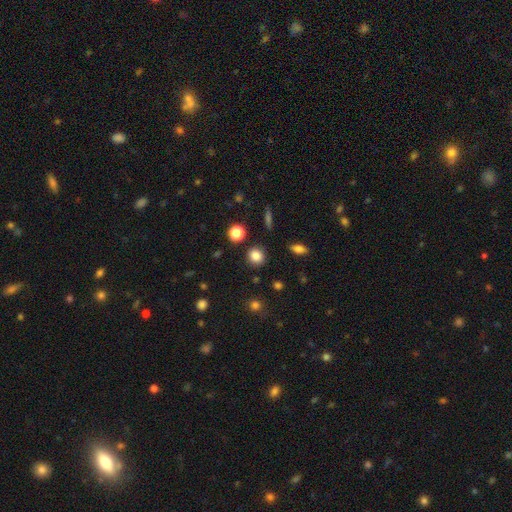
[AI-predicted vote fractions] Overall: smooth (84%). How rounded: round (85%). Merging: none (88%).